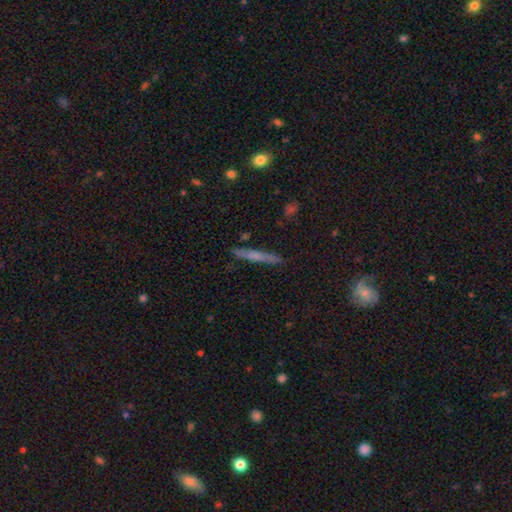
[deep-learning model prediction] The model was most divided on "smooth or featured": smooth: 48%, featured or disk: 44%, star or artifact: 8%. More confident: merging — none (87%).